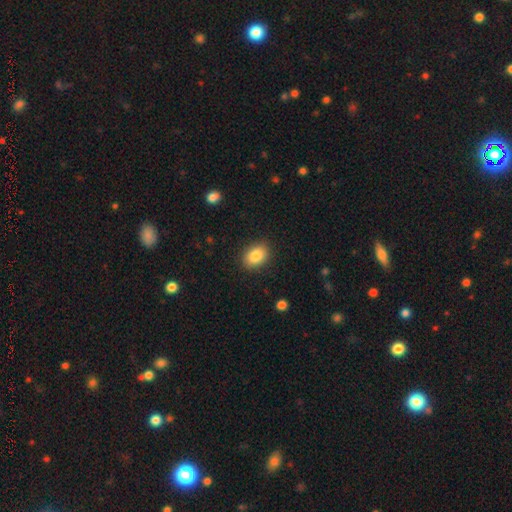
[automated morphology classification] smooth-or-featured: smooth: 86% | star or artifact: 8% | featured or disk: 6%
  how-rounded: in between: 76% | round: 23% | cigar-shaped: 1%
  merging: none: 88% | minor disturbance: 9% | major disturbance: 2% | merger: 1%